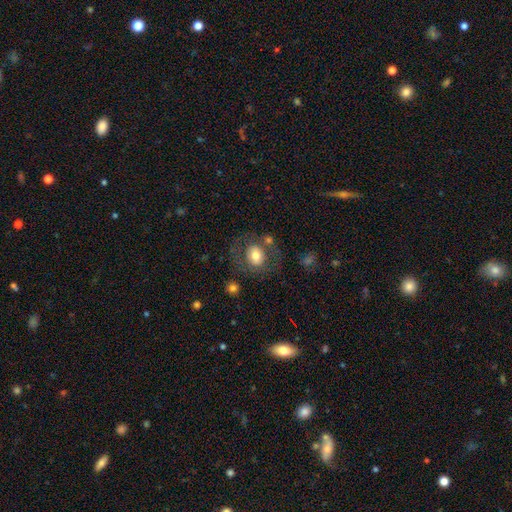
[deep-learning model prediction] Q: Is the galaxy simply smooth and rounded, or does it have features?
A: smooth — 66%.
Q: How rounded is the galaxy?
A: round — 61%.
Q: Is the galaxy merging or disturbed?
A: none — 69%.